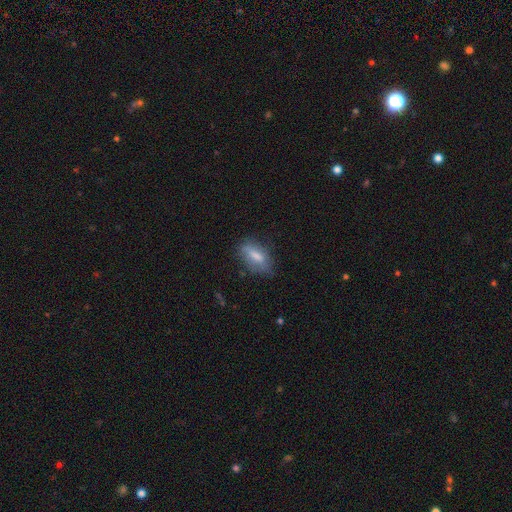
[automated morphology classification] smooth_or_featured: smooth (p=0.68) [alt: featured or disk p=0.24]
how_rounded: in between (p=0.75) [alt: cigar-shaped p=0.21]
merging: none (p=0.64) [alt: minor disturbance p=0.26]